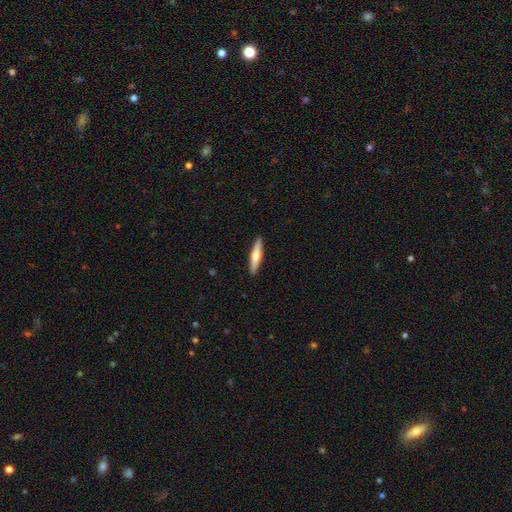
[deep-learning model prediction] smooth-or-featured: smooth: 53% | featured or disk: 42% | star or artifact: 5%
  how-rounded: cigar-shaped: 85% | in between: 13% | round: 2%
  merging: none: 91% | minor disturbance: 7% | major disturbance: 1% | merger: 1%